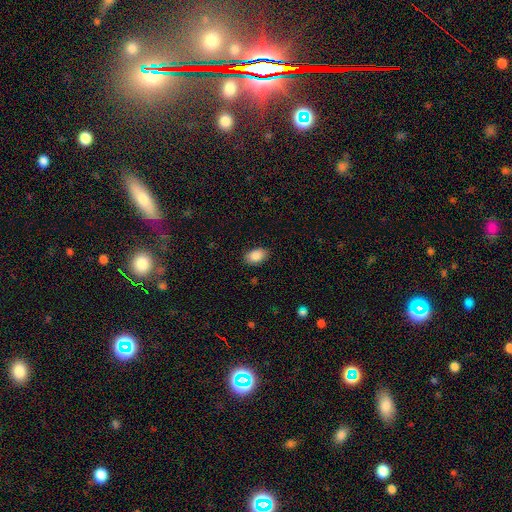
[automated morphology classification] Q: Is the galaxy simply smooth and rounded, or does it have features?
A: smooth — 88%.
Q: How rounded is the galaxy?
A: in between — 91%.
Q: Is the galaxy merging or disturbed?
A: none — 86%.